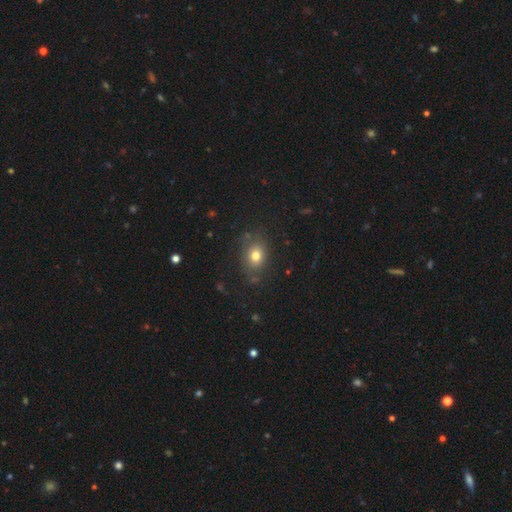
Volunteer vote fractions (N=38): Q: Smooth or featured?
A: smooth (71%); runner-up: featured or disk (26%)
Q: How rounded?
A: in between (59%); runner-up: round (41%)
Q: Merging?
A: none (70%); runner-up: minor disturbance (16%)